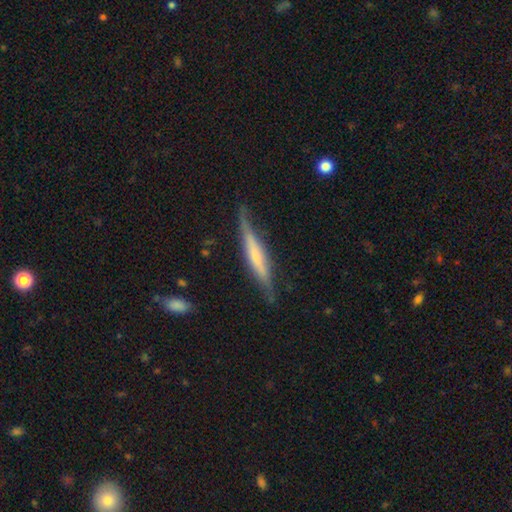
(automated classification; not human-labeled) Smooth or featured: featured or disk — 58% (smooth — 36%)
Edge-on disk: yes — 93% (no — 7%)
Edge-on bulge: none — 43% (rounded — 34%)
Merging: none — 75% (minor disturbance — 19%)